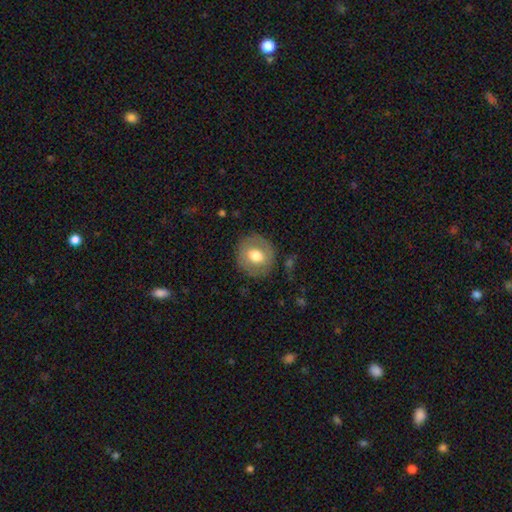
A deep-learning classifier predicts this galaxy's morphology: Q: Smooth or featured?
A: smooth (63%); runner-up: featured or disk (29%)
Q: How rounded?
A: round (82%); runner-up: in between (17%)
Q: Merging?
A: none (83%); runner-up: minor disturbance (11%)